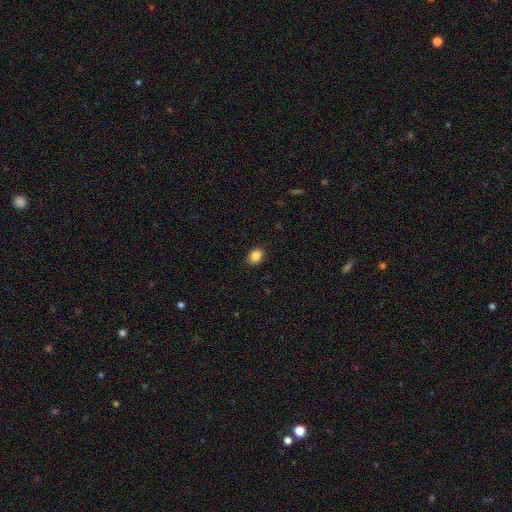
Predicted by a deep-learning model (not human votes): Q: Smooth or featured?
A: smooth (86%); runner-up: star or artifact (10%)
Q: How rounded?
A: in between (58%); runner-up: round (41%)
Q: Merging?
A: none (88%); runner-up: minor disturbance (9%)